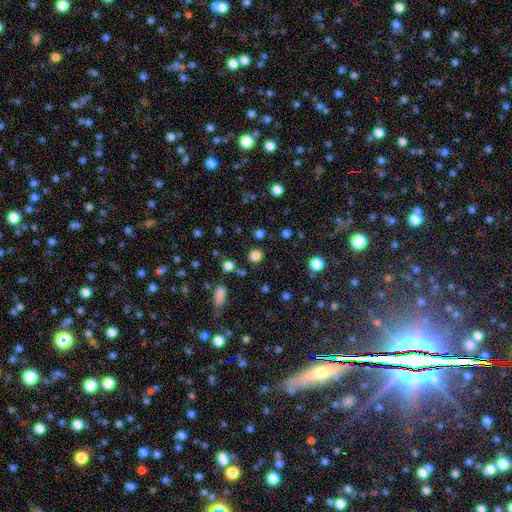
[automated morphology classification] Smooth or featured? smooth (80%)
How rounded? round (86%)
Merging? none (86%)